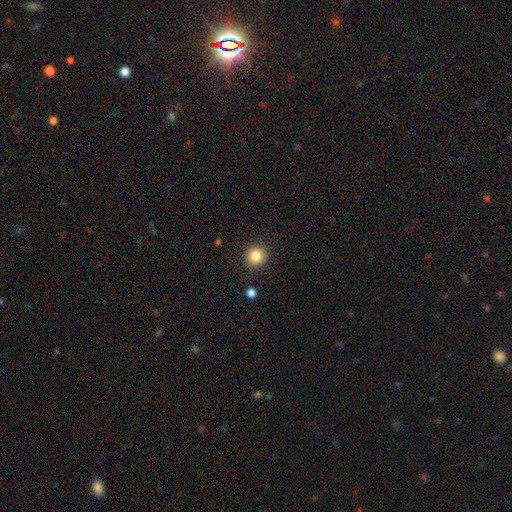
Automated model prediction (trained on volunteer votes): Smooth or featured: smooth — 84% (star or artifact — 10%)
How rounded: round — 93% (in between — 6%)
Merging: none — 91% (minor disturbance — 6%)